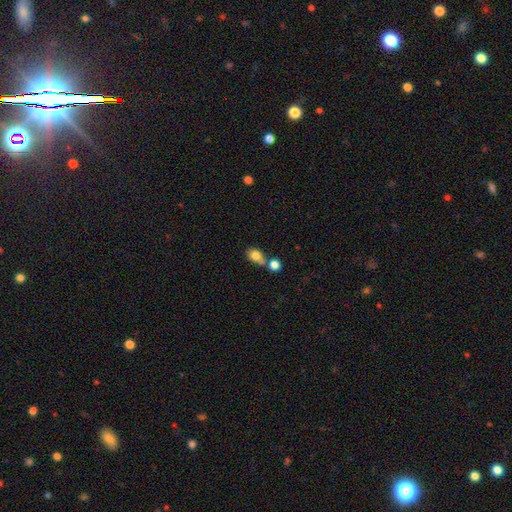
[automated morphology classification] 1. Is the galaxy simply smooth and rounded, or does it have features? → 80% smooth, 10% featured or disk, 9% star or artifact.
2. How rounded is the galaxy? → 65% in between, 33% round, 2% cigar-shaped.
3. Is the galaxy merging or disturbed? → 45% merger, 39% none, 11% minor disturbance, 5% major disturbance.